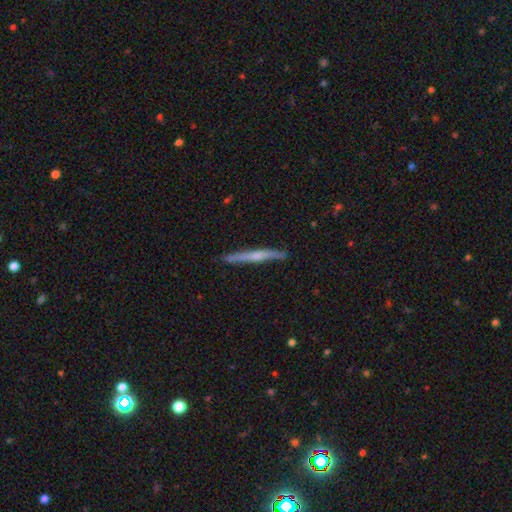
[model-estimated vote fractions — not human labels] Smooth or featured: featured or disk — 60% (smooth — 34%)
Edge-on disk: yes — 97% (no — 3%)
Edge-on bulge: rounded — 53% (none — 37%)
Merging: none — 89% (minor disturbance — 9%)